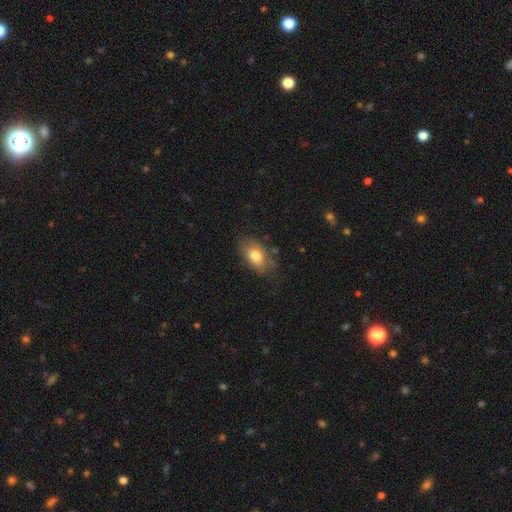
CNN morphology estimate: Smooth or featured?
  - smooth: 76% *
  - featured or disk: 17%
  - star or artifact: 7%
How rounded?
  - in between: 89% *
  - round: 8%
  - cigar-shaped: 3%
Merging?
  - none: 68% *
  - minor disturbance: 24%
  - major disturbance: 6%
  - merger: 2%